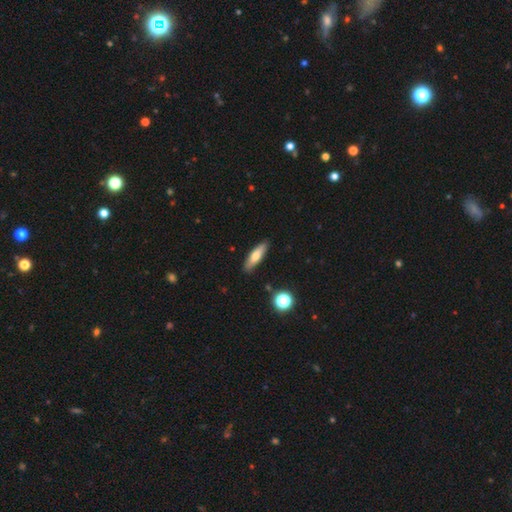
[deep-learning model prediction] Morphology: type=smooth (64%); roundness=cigar-shaped (62%); merging=none (86%).